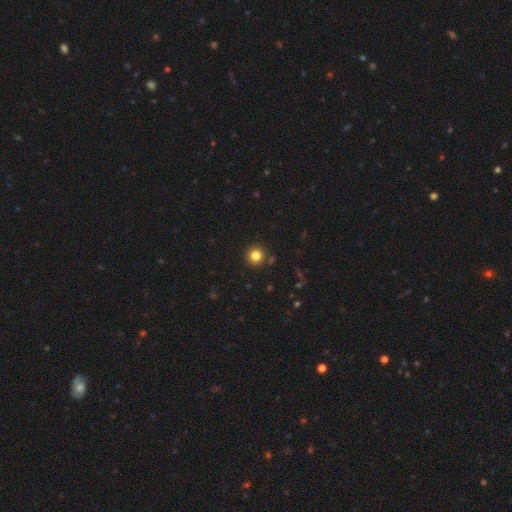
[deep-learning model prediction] This is clearly a smooth galaxy (82%). How rounded: clearly round (94%). Merging: clearly none (89%).